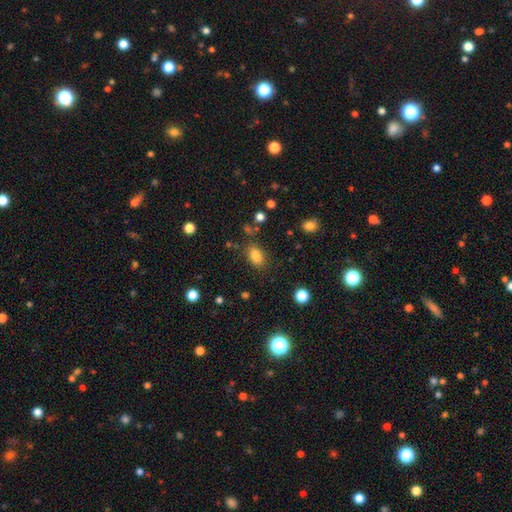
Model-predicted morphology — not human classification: smooth_or_featured: smooth (p=0.83) [alt: star or artifact p=0.11]
how_rounded: in between (p=0.84) [alt: round p=0.13]
merging: none (p=0.77) [alt: minor disturbance p=0.14]